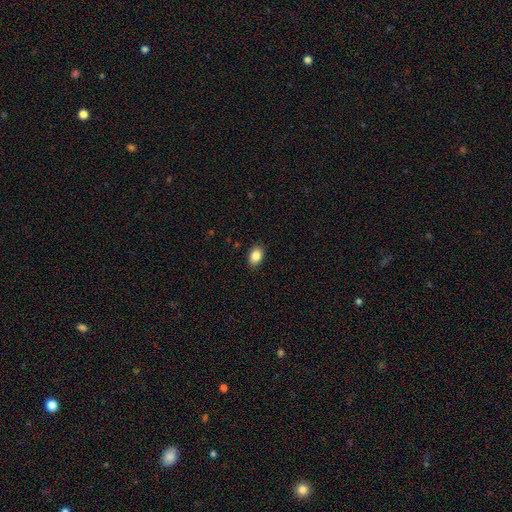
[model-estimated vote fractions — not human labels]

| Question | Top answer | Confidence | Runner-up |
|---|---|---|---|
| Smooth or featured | smooth | 85% | star or artifact (8%) |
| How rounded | in between | 81% | round (18%) |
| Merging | none | 87% | minor disturbance (10%) |